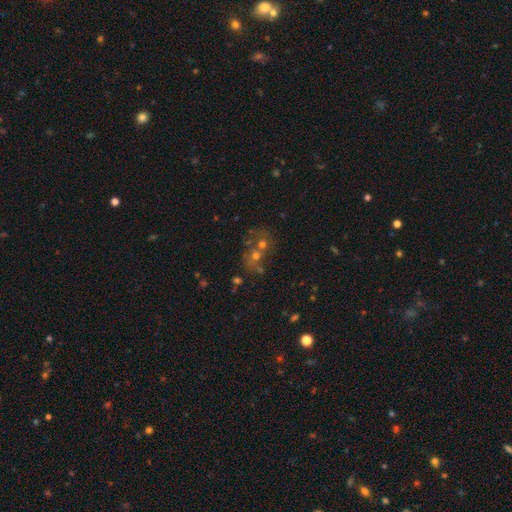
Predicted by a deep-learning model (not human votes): Q: Smooth or featured?
A: smooth (39%); runner-up: featured or disk (32%)
Q: Merging?
A: merger (48%); runner-up: none (32%)